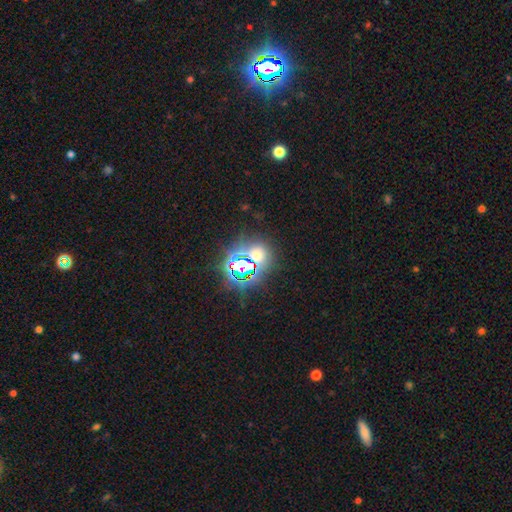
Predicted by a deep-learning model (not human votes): A star or artifact, not a galaxy (62%).

Vote fractions:
- Smooth or featured? star or artifact: 62% / smooth: 29% / featured or disk: 9%